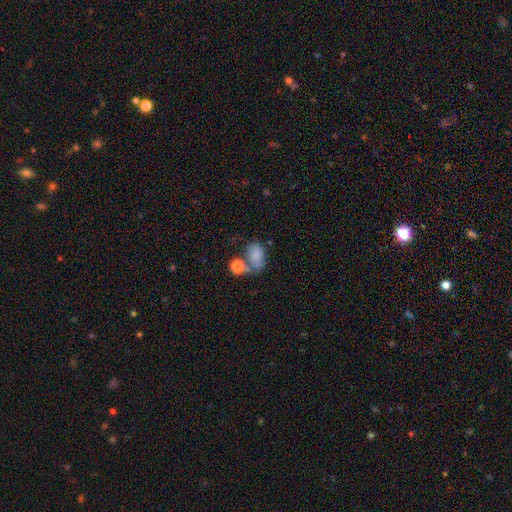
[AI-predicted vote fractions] Q: Smooth or featured?
A: smooth (78%); runner-up: featured or disk (12%)
Q: How rounded?
A: in between (82%); runner-up: round (16%)
Q: Merging?
A: none (38%); runner-up: merger (29%)